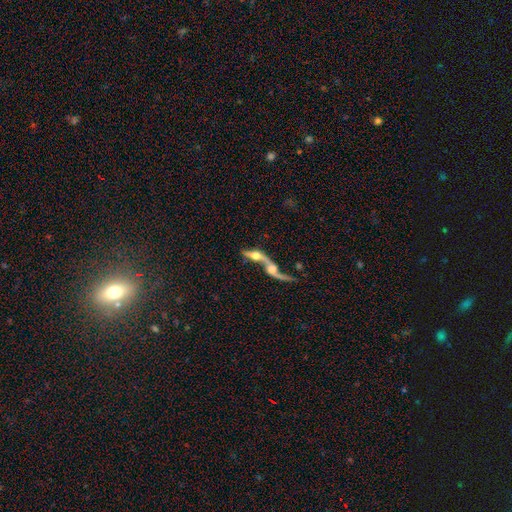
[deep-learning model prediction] Smooth or featured: featured or disk — 64% (smooth — 26%)
Edge-on disk: no — 67% (yes — 33%)
Merging: merger — 71% (none — 14%)